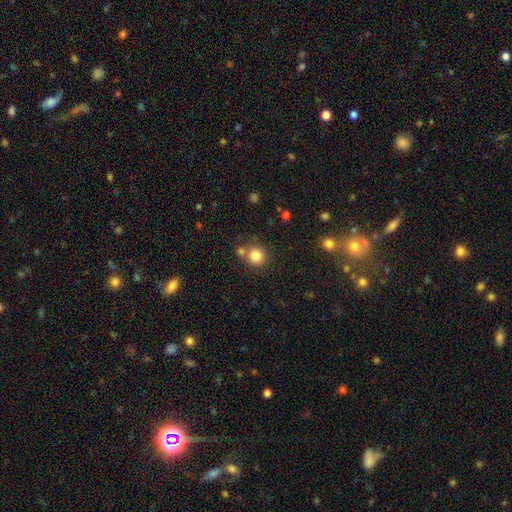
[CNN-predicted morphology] Smooth or featured?
  - smooth: 82% *
  - star or artifact: 11%
  - featured or disk: 6%
How rounded?
  - round: 90% *
  - in between: 9%
  - cigar-shaped: 1%
Merging?
  - none: 70% *
  - merger: 18%
  - minor disturbance: 9%
  - major disturbance: 3%